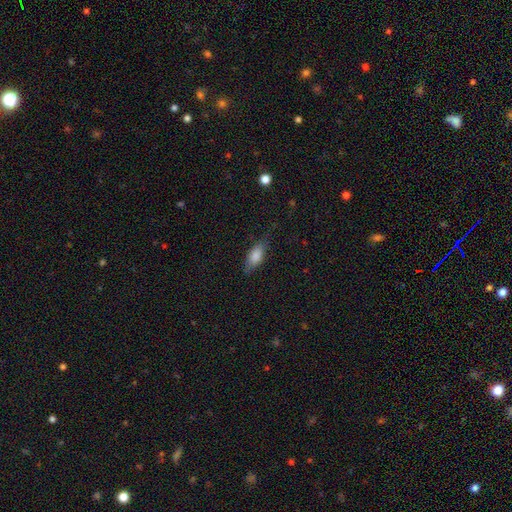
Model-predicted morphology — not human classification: Smooth or featured?
  - smooth: 78% *
  - featured or disk: 15%
  - star or artifact: 7%
How rounded?
  - in between: 79% *
  - cigar-shaped: 18%
  - round: 3%
Merging?
  - none: 73% *
  - minor disturbance: 21%
  - major disturbance: 5%
  - merger: 1%